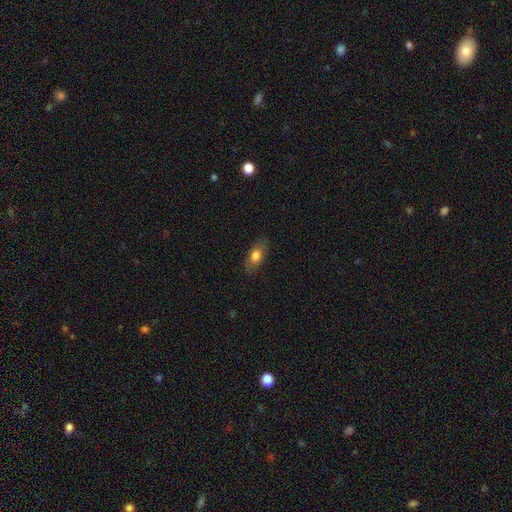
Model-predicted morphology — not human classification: Smooth or featured? Predicted: smooth (p=0.75). How rounded? Predicted: in between (p=0.85). Merging? Predicted: none (p=0.82).